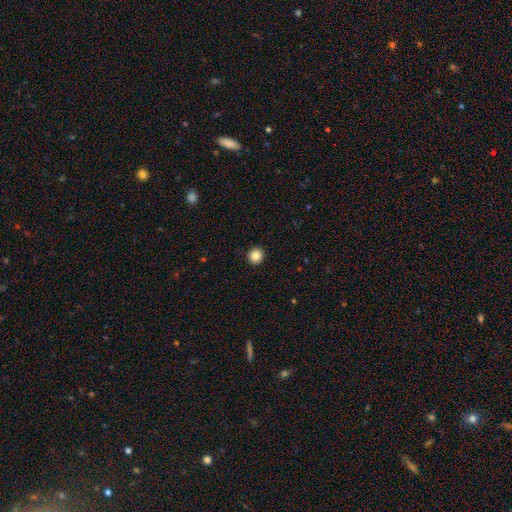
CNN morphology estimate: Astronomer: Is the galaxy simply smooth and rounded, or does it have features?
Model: smooth — 85%.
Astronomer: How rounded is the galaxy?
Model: round — 89%.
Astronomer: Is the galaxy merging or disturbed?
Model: none — 93%.